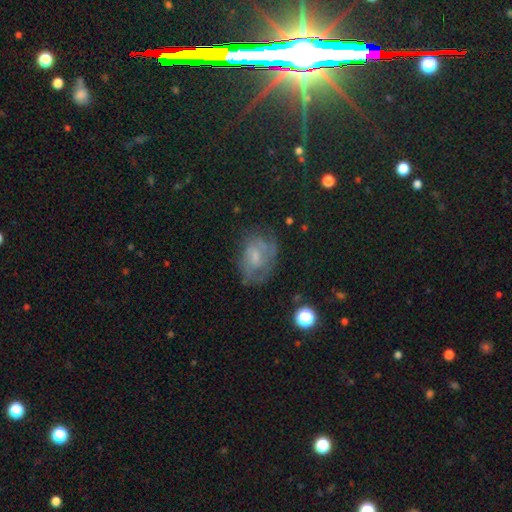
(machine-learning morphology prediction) A featured or disk galaxy (50%).

Vote fractions:
- Smooth or featured? featured or disk: 50% / smooth: 34% / star or artifact: 16%
- Edge-on disk? no: 96% / yes: 4%
- Merging? none: 55% / minor disturbance: 25% / major disturbance: 18% / merger: 3%